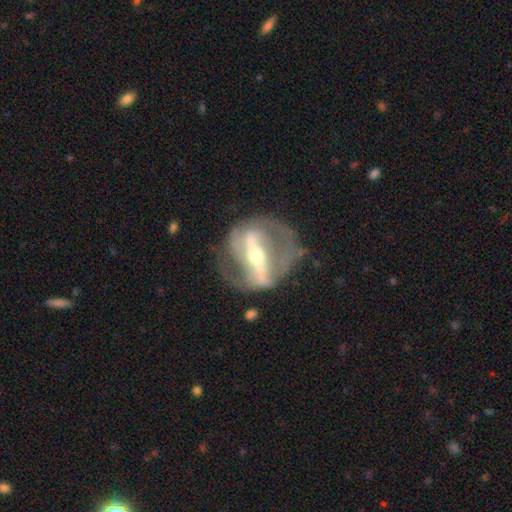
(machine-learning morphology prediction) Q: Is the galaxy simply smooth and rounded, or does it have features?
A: featured or disk — 85%.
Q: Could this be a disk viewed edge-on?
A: no — 85%.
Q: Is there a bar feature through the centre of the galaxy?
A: strong — 80%.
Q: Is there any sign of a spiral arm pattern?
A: yes — 65%.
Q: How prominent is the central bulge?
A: moderate — 54%.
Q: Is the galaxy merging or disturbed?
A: none — 59%.